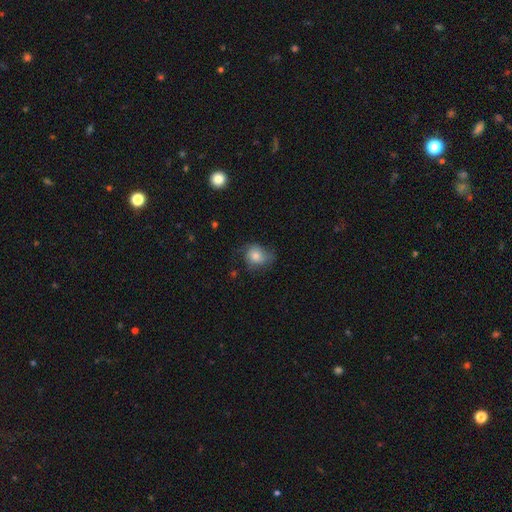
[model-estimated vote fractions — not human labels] smooth-or-featured: smooth: 72% | featured or disk: 19% | star or artifact: 9%
  how-rounded: round: 60% | in between: 39% | cigar-shaped: 1%
  merging: none: 53% | minor disturbance: 31% | major disturbance: 15% | merger: 1%